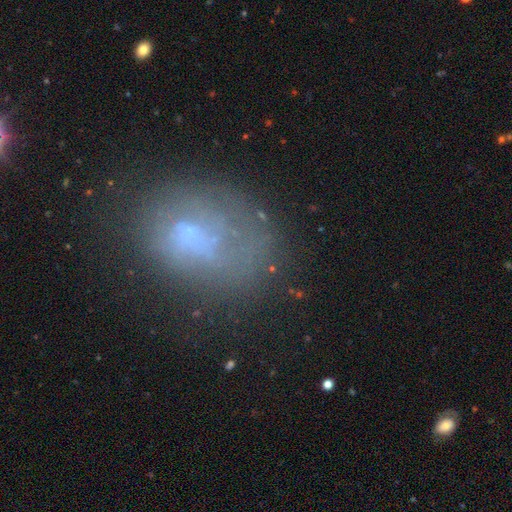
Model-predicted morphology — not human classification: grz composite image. It shows a smooth galaxy with no disk features (43%). Merging: none (50%).